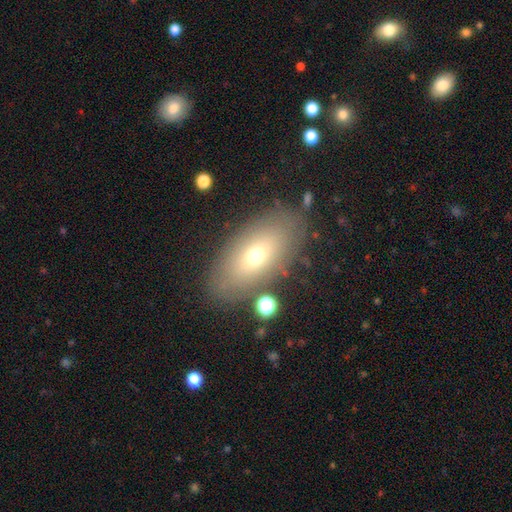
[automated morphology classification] smooth_or_featured: smooth (p=0.63) [alt: featured or disk p=0.26]
how_rounded: in between (p=0.87) [alt: cigar-shaped p=0.08]
merging: none (p=0.82) [alt: minor disturbance p=0.11]